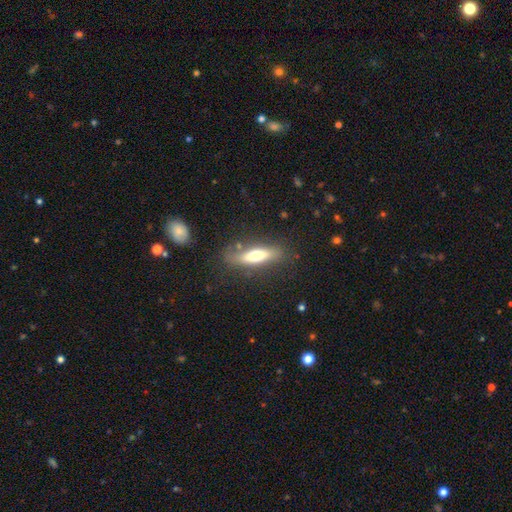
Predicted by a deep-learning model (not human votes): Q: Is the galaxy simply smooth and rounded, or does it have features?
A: smooth — 56%.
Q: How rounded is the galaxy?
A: cigar-shaped — 63%.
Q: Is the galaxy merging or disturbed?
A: none — 78%.